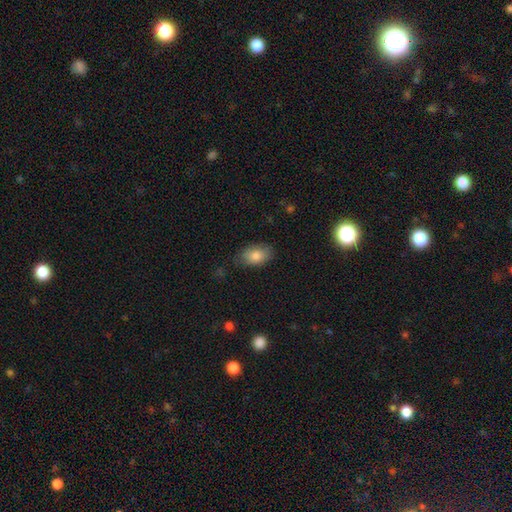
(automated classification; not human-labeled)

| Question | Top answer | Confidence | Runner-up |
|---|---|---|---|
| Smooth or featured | smooth | 83% | featured or disk (10%) |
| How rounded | in between | 88% | round (11%) |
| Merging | none | 74% | minor disturbance (20%) |